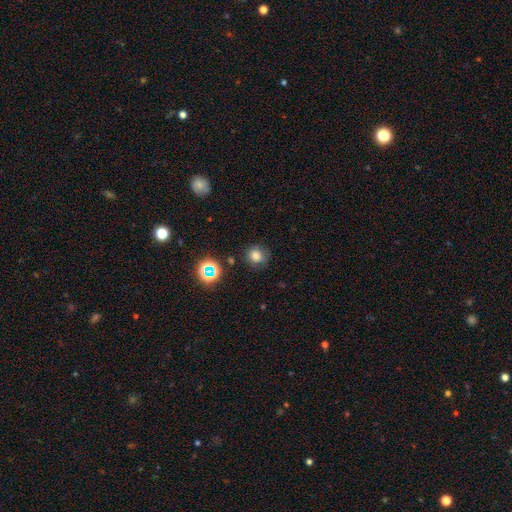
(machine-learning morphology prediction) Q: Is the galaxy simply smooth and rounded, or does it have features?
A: smooth — 75%.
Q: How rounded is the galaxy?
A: round — 85%.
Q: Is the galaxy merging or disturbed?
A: none — 78%.